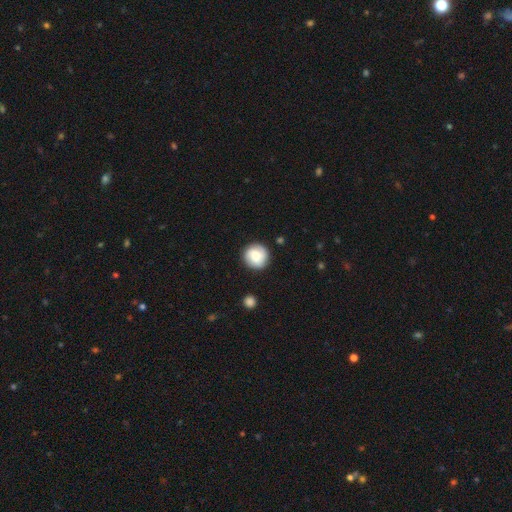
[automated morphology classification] The model was most divided on "smooth or featured": smooth: 57%, featured or disk: 35%, star or artifact: 7%. More confident: how rounded — round (94%); merging — none (86%).